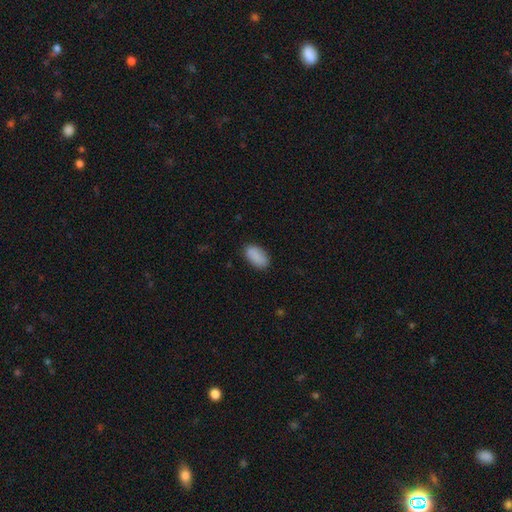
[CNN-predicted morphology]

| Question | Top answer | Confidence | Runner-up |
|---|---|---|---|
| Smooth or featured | smooth | 88% | star or artifact (7%) |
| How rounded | in between | 93% | round (4%) |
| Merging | none | 83% | minor disturbance (13%) |